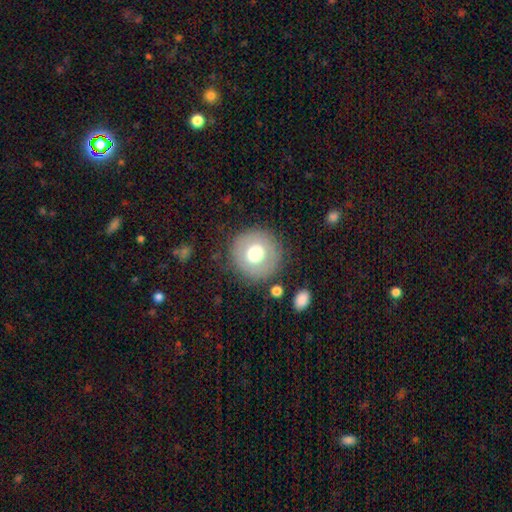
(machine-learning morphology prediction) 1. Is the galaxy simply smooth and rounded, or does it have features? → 63% smooth, 23% featured or disk, 14% star or artifact.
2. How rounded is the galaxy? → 93% round, 6% in between, 1% cigar-shaped.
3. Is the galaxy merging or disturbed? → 87% none, 8% minor disturbance, 3% major disturbance, 2% merger.